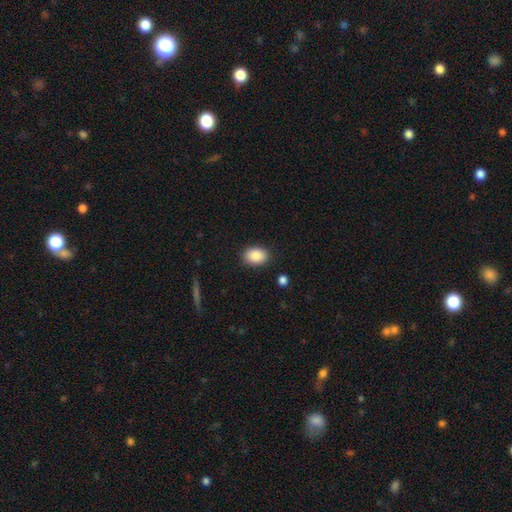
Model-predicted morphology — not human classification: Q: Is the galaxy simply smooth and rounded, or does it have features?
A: smooth — 88%.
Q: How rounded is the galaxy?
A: in between — 77%.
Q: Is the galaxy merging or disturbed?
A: none — 88%.